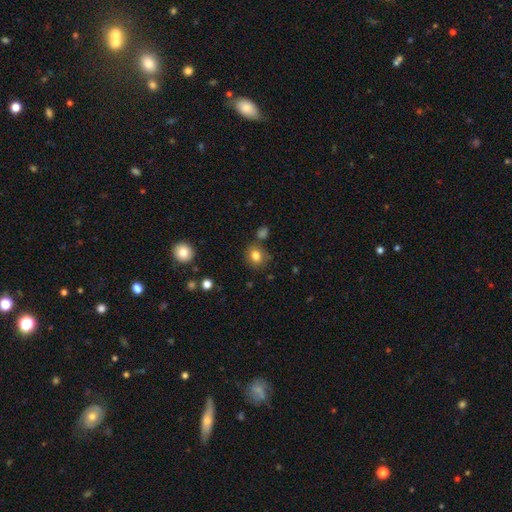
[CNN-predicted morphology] Smooth or featured? smooth (81%)
How rounded? round (64%)
Merging? none (76%)